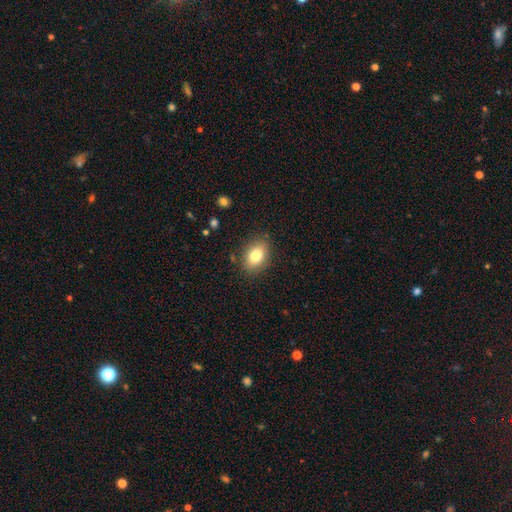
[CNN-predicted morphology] smooth 80%, featured or disk 11%, star or artifact 9%. Down the decision tree: how rounded — in between (81%); merging — none (86%).